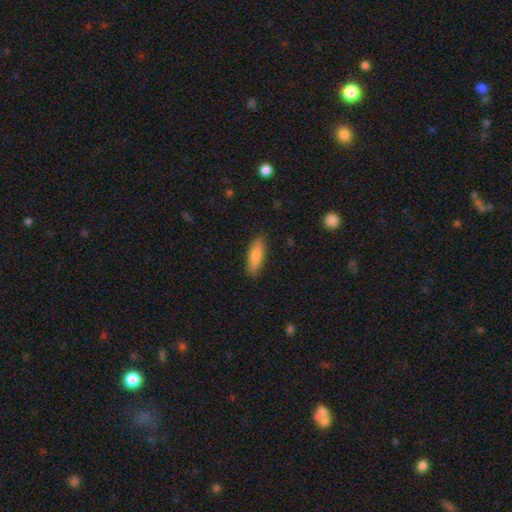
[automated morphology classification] Smooth or featured: smooth — 83% (featured or disk — 11%)
How rounded: in between — 55% (cigar-shaped — 43%)
Merging: none — 87% (minor disturbance — 10%)